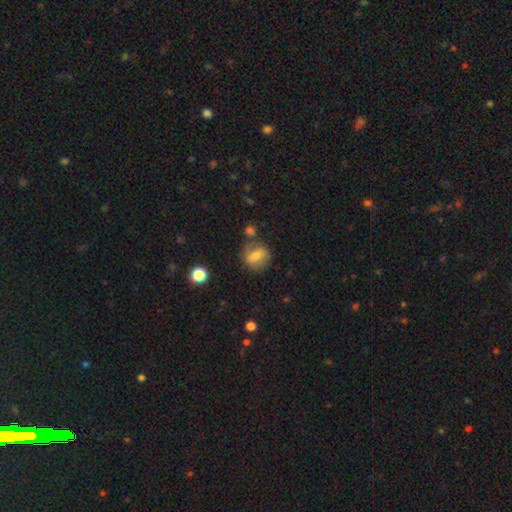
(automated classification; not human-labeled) smooth_or_featured: smooth (p=0.54) [alt: featured or disk p=0.36]
how_rounded: round (p=0.67) [alt: in between p=0.31]
merging: none (p=0.66) [alt: minor disturbance p=0.17]